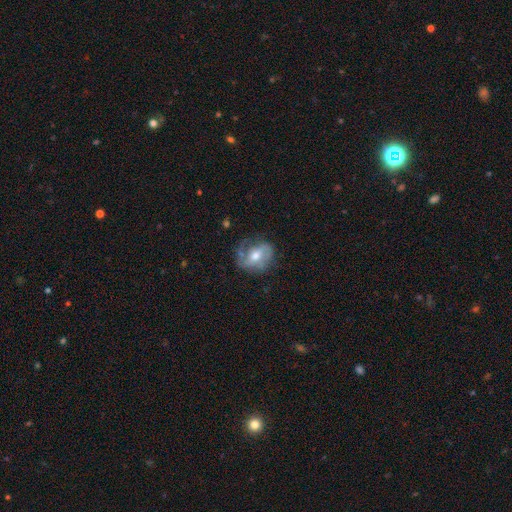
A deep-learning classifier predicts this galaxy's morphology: Smooth or featured? Predicted: featured or disk (p=0.61). Edge-on disk? Predicted: no (p=0.96). Bar? Predicted: weak (p=0.41). Spiral arms? Predicted: yes (p=0.78). Bulge size? Predicted: moderate (p=0.68). Merging? Predicted: none (p=0.54).